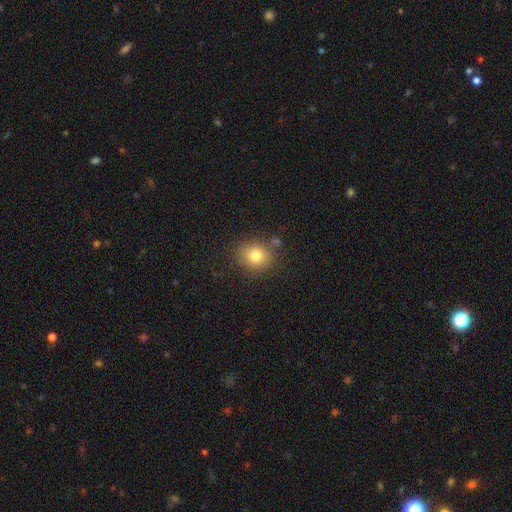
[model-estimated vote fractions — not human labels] Smooth or featured?
  - smooth: 80% *
  - star or artifact: 12%
  - featured or disk: 9%
How rounded?
  - round: 72% *
  - in between: 27%
  - cigar-shaped: 1%
Merging?
  - none: 78% *
  - minor disturbance: 13%
  - merger: 5%
  - major disturbance: 4%